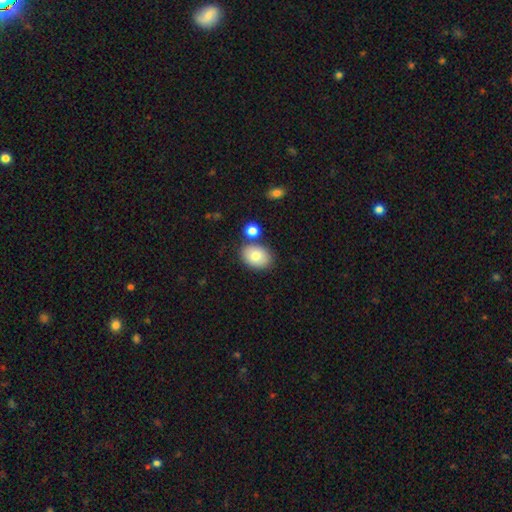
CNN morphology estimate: type=smooth (80%); roundness=in between (74%); merging=none (75%).